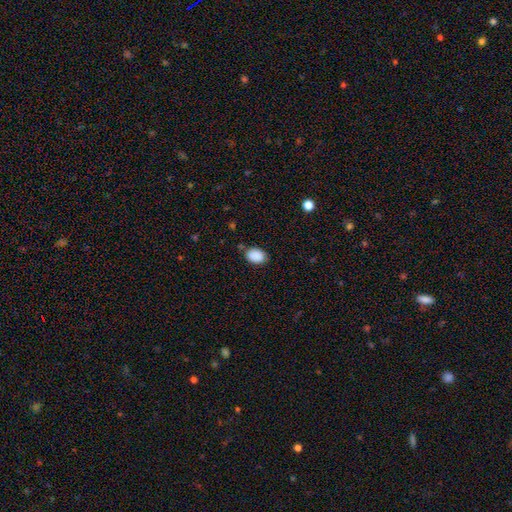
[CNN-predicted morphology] Q: Smooth or featured?
A: smooth (89%); runner-up: star or artifact (8%)
Q: How rounded?
A: in between (73%); runner-up: round (26%)
Q: Merging?
A: none (82%); runner-up: minor disturbance (13%)